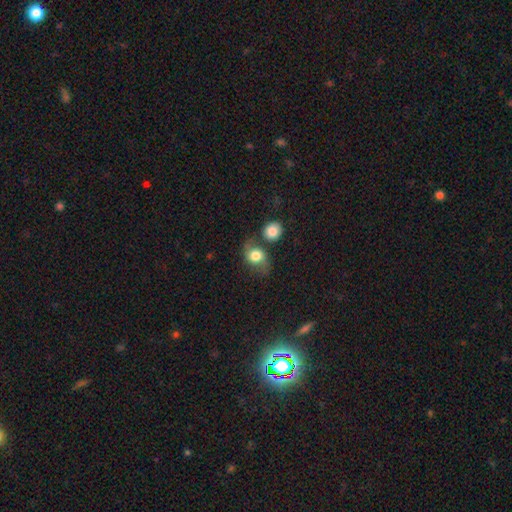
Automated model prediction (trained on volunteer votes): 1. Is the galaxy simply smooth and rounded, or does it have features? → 68% smooth, 24% featured or disk, 8% star or artifact.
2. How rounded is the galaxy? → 51% in between, 48% round, 2% cigar-shaped.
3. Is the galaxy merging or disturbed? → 52% none, 20% minor disturbance, 18% merger, 10% major disturbance.